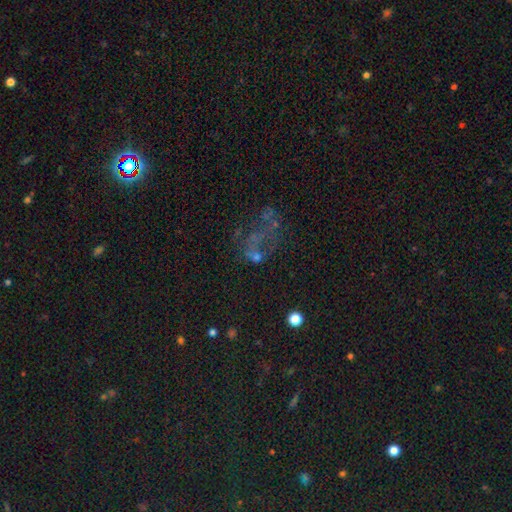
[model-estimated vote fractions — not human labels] Smooth or featured: featured or disk — 39% (smooth — 32%)
Merging: major disturbance — 38% (none — 31%)